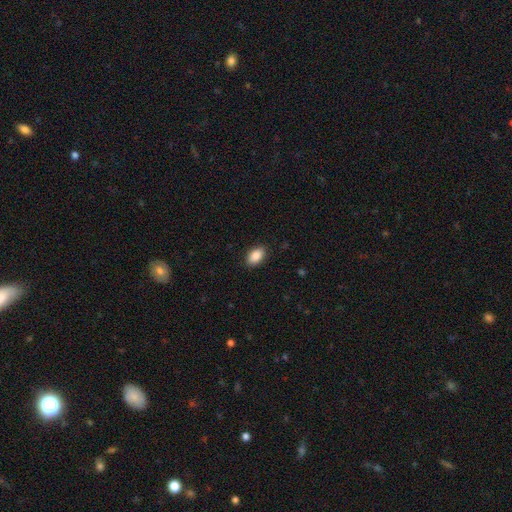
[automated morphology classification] Smooth or featured? Predicted: smooth (p=0.89). How rounded? Predicted: in between (p=0.93). Merging? Predicted: none (p=0.88).